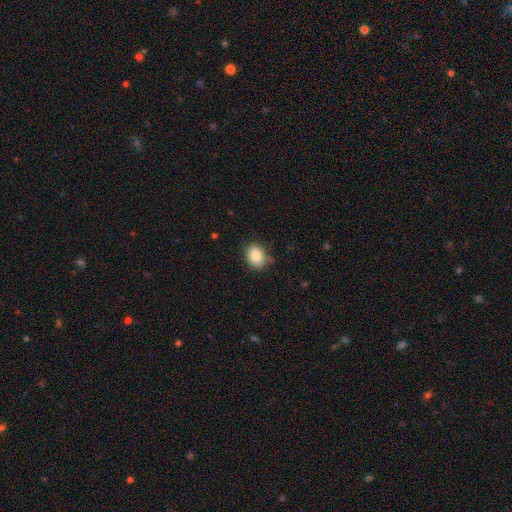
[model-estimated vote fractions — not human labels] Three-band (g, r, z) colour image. It shows a smooth galaxy with no disk features (84%) that is in between round and cigar-shaped (53%). Merging: none (73%).